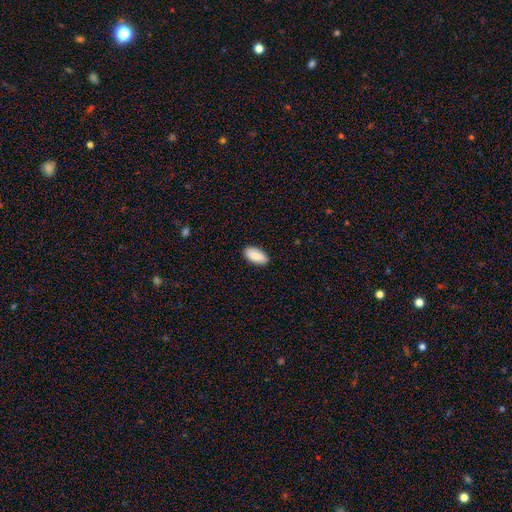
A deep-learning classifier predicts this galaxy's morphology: smooth 88%, featured or disk 7%, star or artifact 6%. Down the decision tree: how rounded — in between (93%); merging — none (89%).